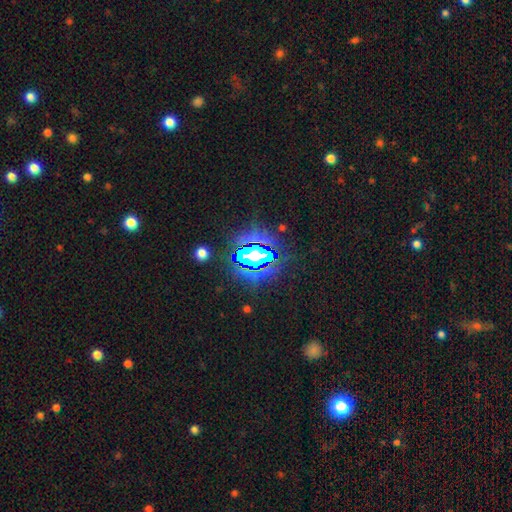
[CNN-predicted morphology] Smooth or featured: star or artifact — 81% (smooth — 12%)